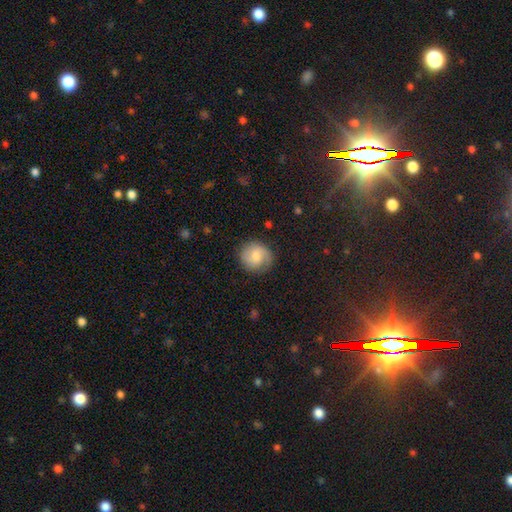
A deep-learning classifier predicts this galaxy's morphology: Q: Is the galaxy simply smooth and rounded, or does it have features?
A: smooth — 55%.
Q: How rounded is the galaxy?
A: round — 87%.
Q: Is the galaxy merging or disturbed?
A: none — 80%.